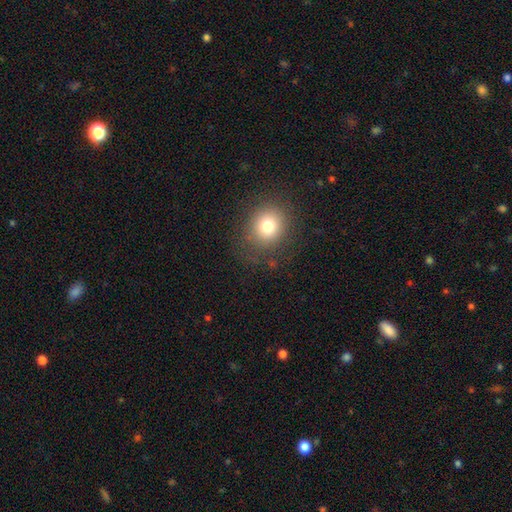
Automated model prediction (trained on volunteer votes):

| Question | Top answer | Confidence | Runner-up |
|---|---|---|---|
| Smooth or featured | smooth | 72% | star or artifact (19%) |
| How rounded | round | 79% | in between (20%) |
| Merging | none | 86% | minor disturbance (9%) |